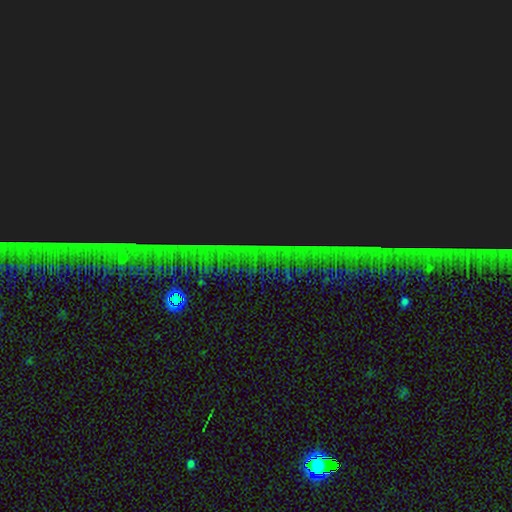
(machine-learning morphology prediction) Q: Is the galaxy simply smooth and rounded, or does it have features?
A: star or artifact — 87%.